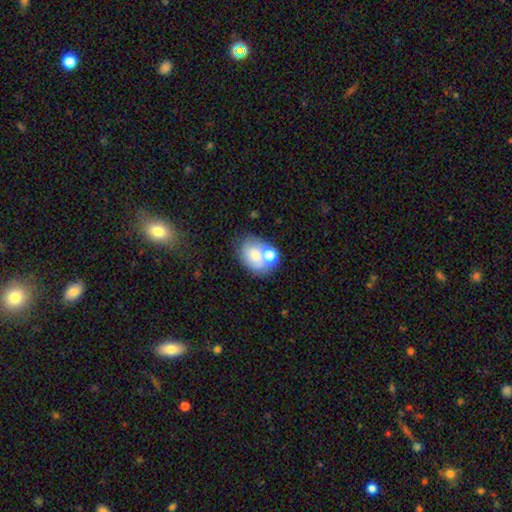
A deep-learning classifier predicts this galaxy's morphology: The model was most divided on "merging": none: 45%, merger: 33%, minor disturbance: 15%, major disturbance: 7%. More confident: smooth or featured — smooth (69%); how rounded — in between (66%).